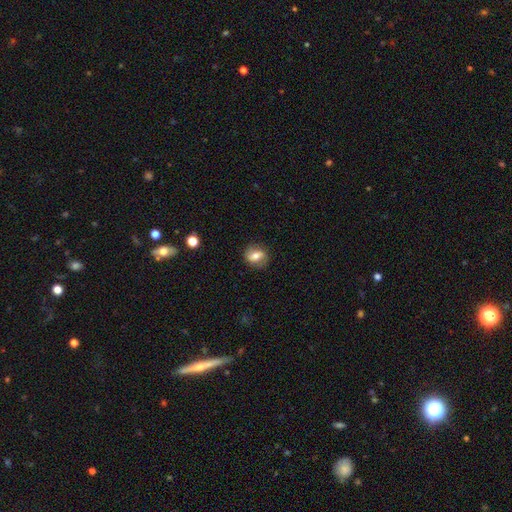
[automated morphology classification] The model was most divided on "how rounded": round: 54%, in between: 43%, cigar-shaped: 2%. More confident: merging — none (82%); smooth or featured — smooth (54%).